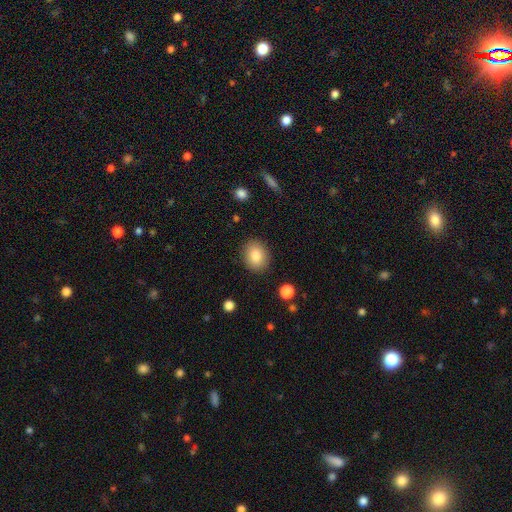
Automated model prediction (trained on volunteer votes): Overall: smooth (84%). How rounded: round (55%; in between 44%). Merging: none (87%).